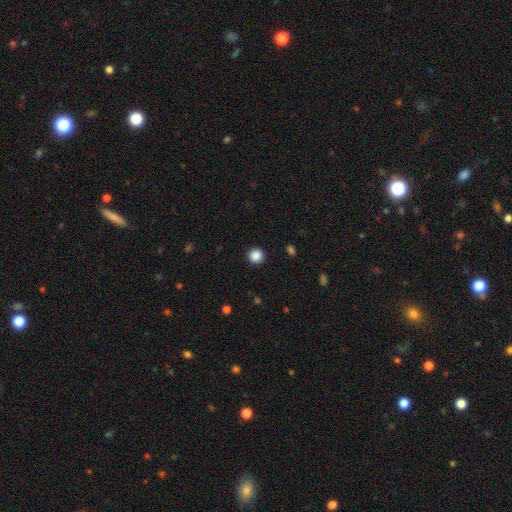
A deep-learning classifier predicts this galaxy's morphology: Q: Smooth or featured?
A: smooth (87%); runner-up: star or artifact (10%)
Q: How rounded?
A: round (95%); runner-up: in between (4%)
Q: Merging?
A: none (93%); runner-up: minor disturbance (4%)